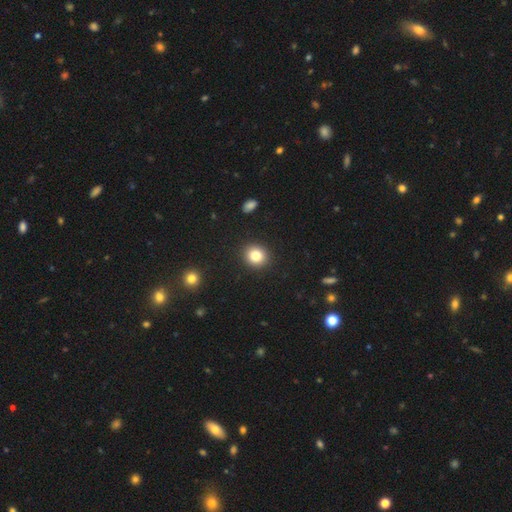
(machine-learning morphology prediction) A smooth galaxy with no disk features (83%) that is round (81%). Merging: none (91%).